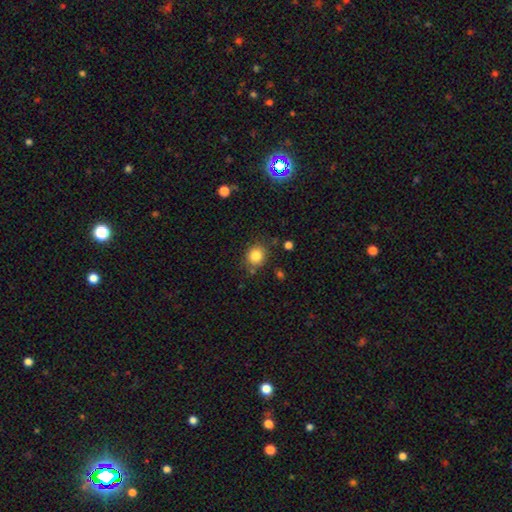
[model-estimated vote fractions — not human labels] Smooth or featured: smooth — 84% (star or artifact — 10%)
How rounded: round — 79% (in between — 20%)
Merging: none — 80% (minor disturbance — 12%)